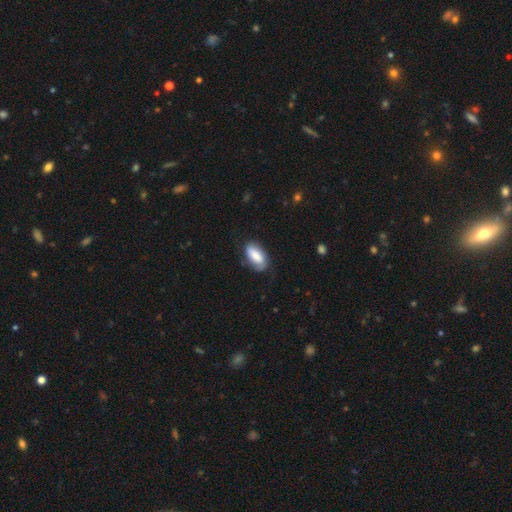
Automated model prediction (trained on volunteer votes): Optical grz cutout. It shows a smooth galaxy with no disk features (74%) that is in between round and cigar-shaped (91%). Merging: none (68%).